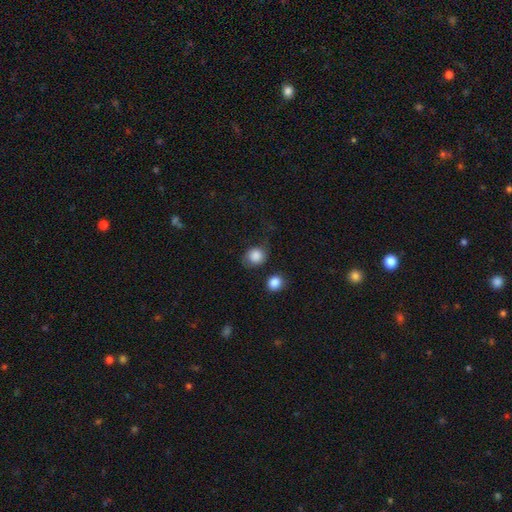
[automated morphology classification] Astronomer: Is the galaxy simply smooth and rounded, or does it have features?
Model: smooth — 84%.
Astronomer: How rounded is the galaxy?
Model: round — 73%.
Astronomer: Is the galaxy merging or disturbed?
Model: none — 60%.